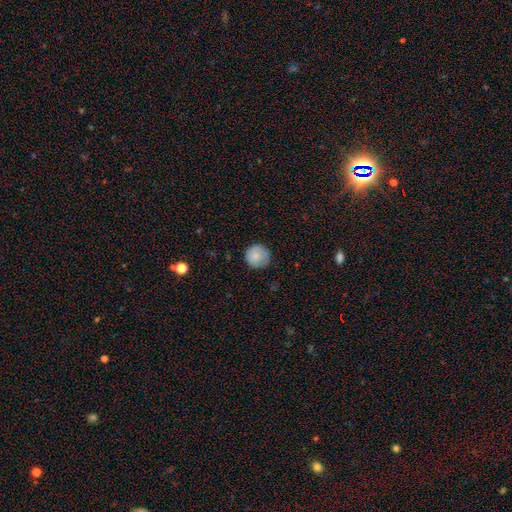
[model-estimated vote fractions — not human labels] The model was most divided on "merging": none: 84%, minor disturbance: 12%, major disturbance: 3%, merger: 1%. More confident: how rounded — round (94%); smooth or featured — smooth (83%).